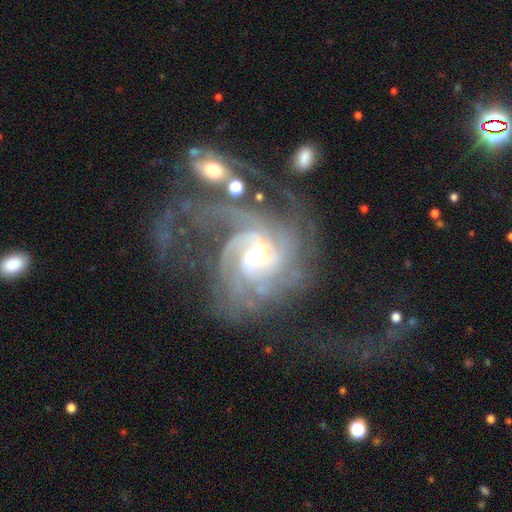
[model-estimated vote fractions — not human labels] Smooth or featured: featured or disk — 89% (star or artifact — 6%)
Edge-on disk: no — 98% (yes — 2%)
Bar: weak — 46% (no — 33%)
Spiral arms: yes — 97% (no — 3%)
Spiral winding: tight — 45% (medium — 40%)
Spiral arm count: 3 — 23% (tied with can't tell — 23%)
Bulge size: small — 46% (moderate — 43%)
Merging: none — 34% (major disturbance — 33%)